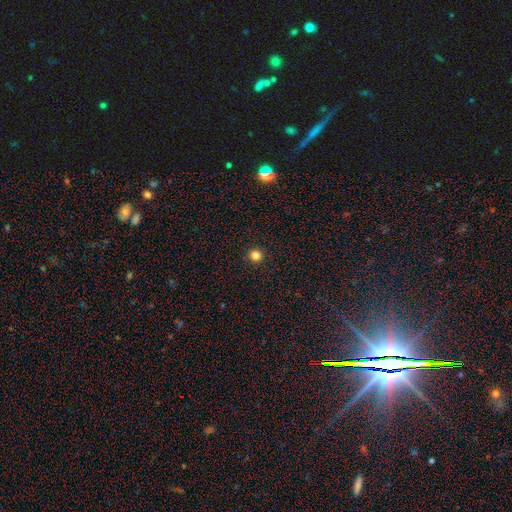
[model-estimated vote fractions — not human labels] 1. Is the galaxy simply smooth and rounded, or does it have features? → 83% smooth, 13% star or artifact, 4% featured or disk.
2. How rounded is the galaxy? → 95% round, 4% in between, 1% cigar-shaped.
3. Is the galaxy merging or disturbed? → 93% none, 4% minor disturbance, 2% major disturbance, 1% merger.